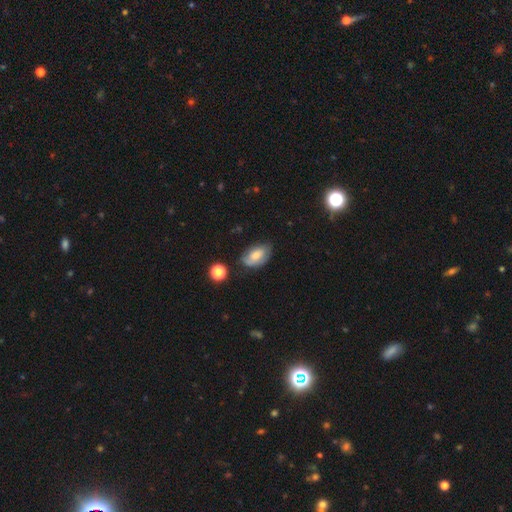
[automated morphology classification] This appears to be a smooth galaxy with no disk features (67%) that is in between round and cigar-shaped (92%). Merging: none (61%).